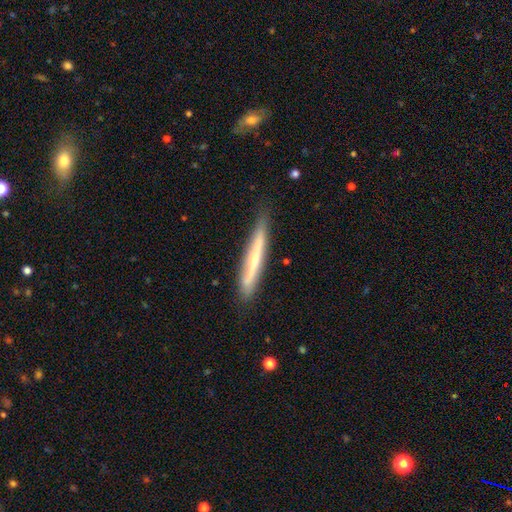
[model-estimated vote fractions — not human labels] This is possibly a featured or disk galaxy (48%). Merging: clearly none (81%).